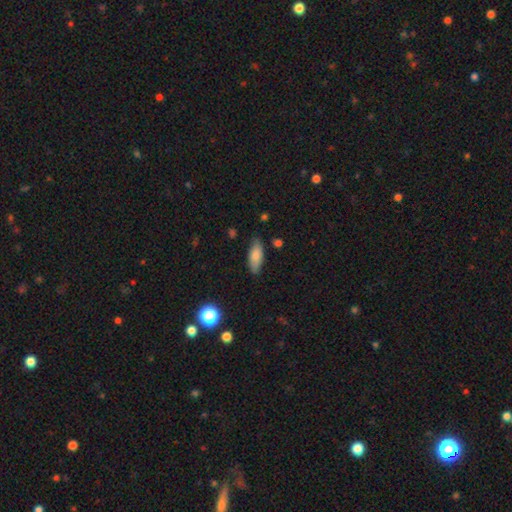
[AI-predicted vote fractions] Smooth or featured? Predicted: smooth (p=0.80). How rounded? Predicted: in between (p=0.74). Merging? Predicted: none (p=0.80).